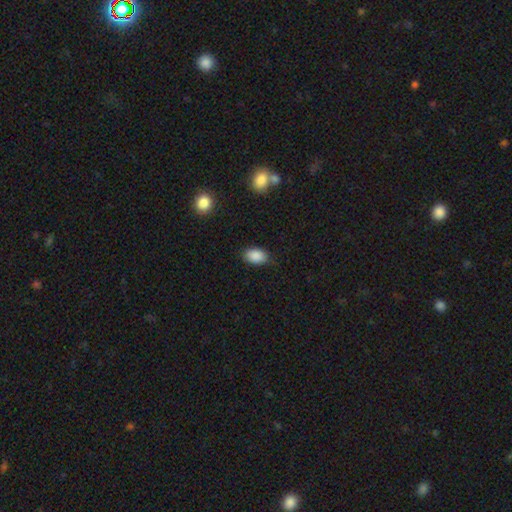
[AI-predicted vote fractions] This appears to be a smooth galaxy with no disk features (88%) that is in between round and cigar-shaped (90%). Merging: none (83%).